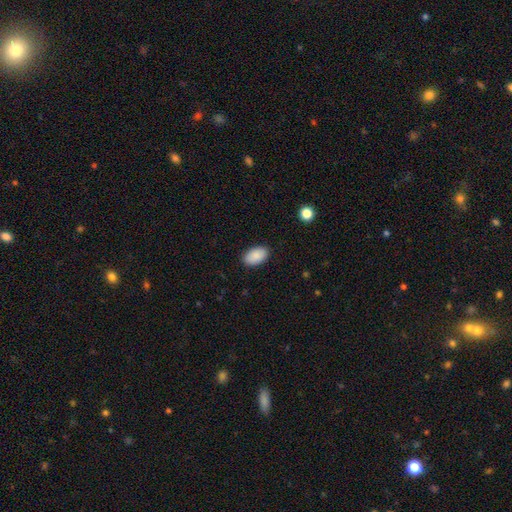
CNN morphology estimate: This is clearly a smooth galaxy (90%). How rounded: clearly in between (94%). Merging: clearly none (89%).